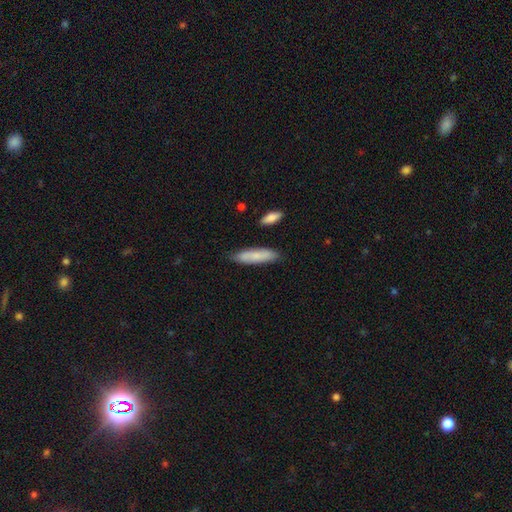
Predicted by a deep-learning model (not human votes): A smooth galaxy with no disk features (77%) that is cigar-shaped (70%).

Vote fractions:
- Smooth or featured? smooth: 77% / featured or disk: 16% / star or artifact: 6%
- How rounded? cigar-shaped: 70% / in between: 28% / round: 2%
- Merging? none: 83% / minor disturbance: 12% / merger: 3% / major disturbance: 2%